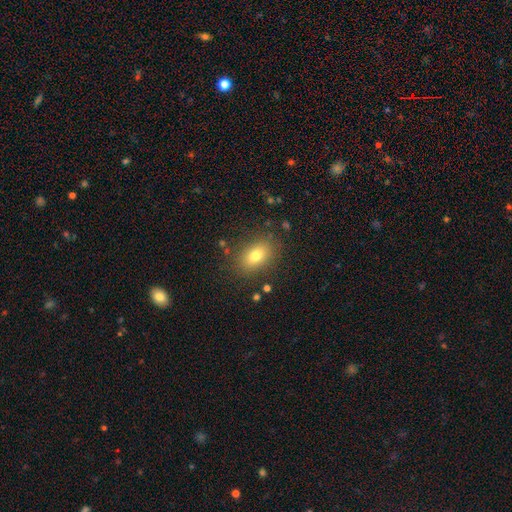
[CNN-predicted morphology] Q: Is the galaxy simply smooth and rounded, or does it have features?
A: smooth — 75%.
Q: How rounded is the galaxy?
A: in between — 79%.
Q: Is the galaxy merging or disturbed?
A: none — 84%.